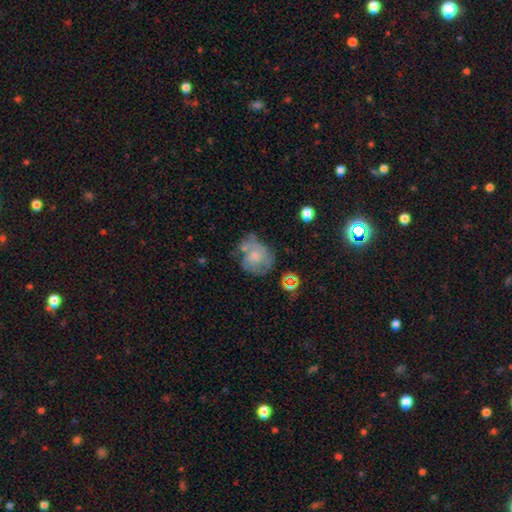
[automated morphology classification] smooth_or_featured: smooth (p=0.46) [alt: featured or disk p=0.45]
merging: none (p=0.40) [alt: minor disturbance p=0.27]